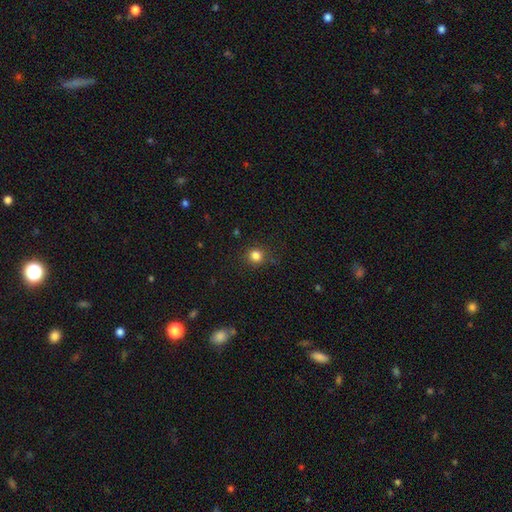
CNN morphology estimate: The model was most divided on "smooth or featured": smooth: 82%, star or artifact: 13%, featured or disk: 4%. More confident: how rounded — round (91%); merging — none (87%).